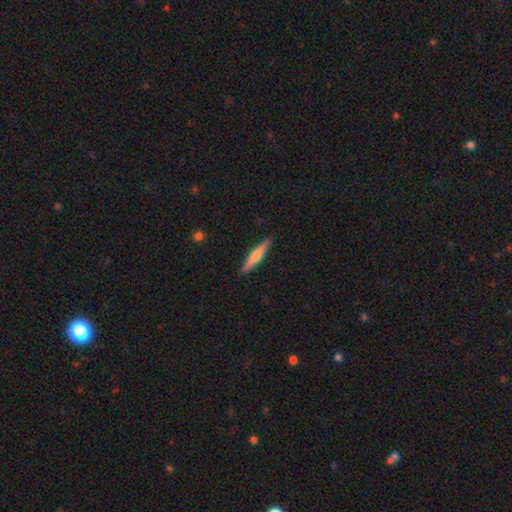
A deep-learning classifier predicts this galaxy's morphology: A smooth galaxy with no disk features (59%) that is cigar-shaped (89%). Merging: none (89%).